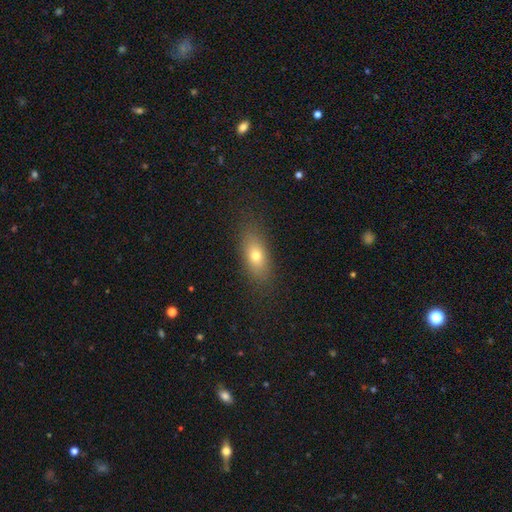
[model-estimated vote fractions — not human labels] Q: Smooth or featured?
A: smooth (73%); runner-up: featured or disk (17%)
Q: How rounded?
A: in between (75%); runner-up: cigar-shaped (17%)
Q: Merging?
A: none (84%); runner-up: minor disturbance (11%)